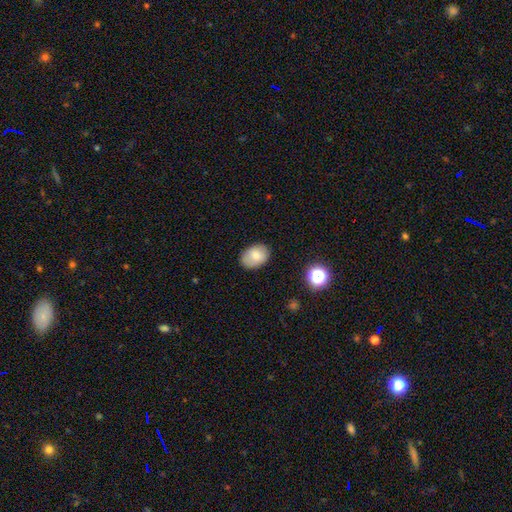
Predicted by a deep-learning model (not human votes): This appears to be a smooth galaxy with no disk features (77%) that is in between round and cigar-shaped (77%). Merging: none (82%).